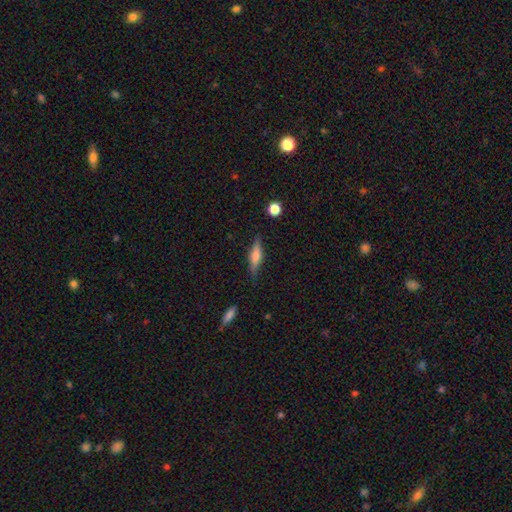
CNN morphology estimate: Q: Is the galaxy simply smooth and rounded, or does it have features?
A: featured or disk — 50%.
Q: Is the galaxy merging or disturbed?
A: none — 84%.